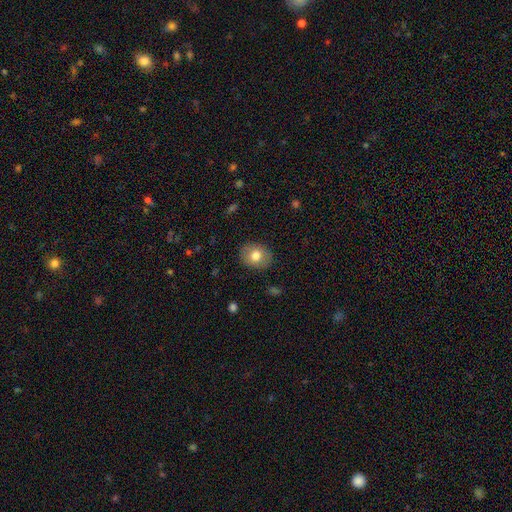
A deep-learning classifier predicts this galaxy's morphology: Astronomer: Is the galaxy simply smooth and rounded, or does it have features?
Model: smooth — 76%.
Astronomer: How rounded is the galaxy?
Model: round — 50% (runner-up: in between, 49%).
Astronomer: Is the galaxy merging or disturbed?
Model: none — 87%.